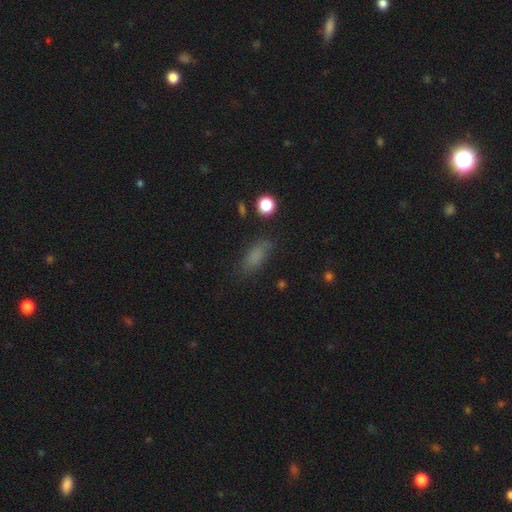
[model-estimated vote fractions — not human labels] Smooth or featured? Predicted: smooth (p=0.78). How rounded? Predicted: in between (p=0.71). Merging? Predicted: none (p=0.75).